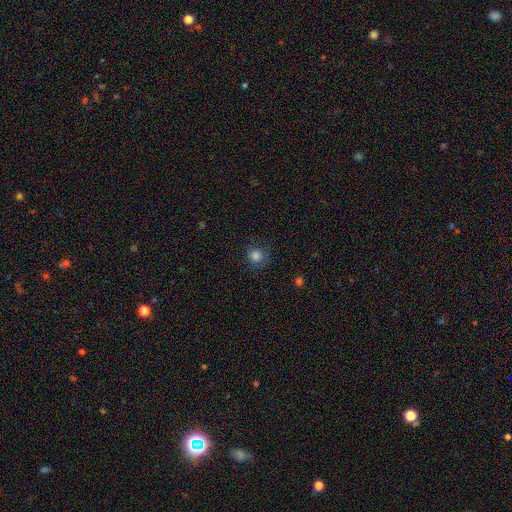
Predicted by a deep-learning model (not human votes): smooth-or-featured: smooth: 82% | star or artifact: 12% | featured or disk: 7%
  how-rounded: round: 90% | in between: 9% | cigar-shaped: 1%
  merging: none: 78% | minor disturbance: 15% | major disturbance: 6% | merger: 1%